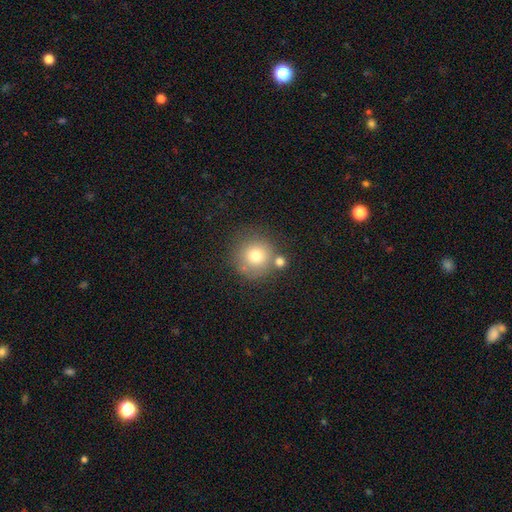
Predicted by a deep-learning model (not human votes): Smooth or featured?
  - smooth: 73% *
  - featured or disk: 14%
  - star or artifact: 13%
How rounded?
  - round: 94% *
  - in between: 5%
  - cigar-shaped: 1%
Merging?
  - none: 69% *
  - merger: 15%
  - minor disturbance: 11%
  - major disturbance: 5%